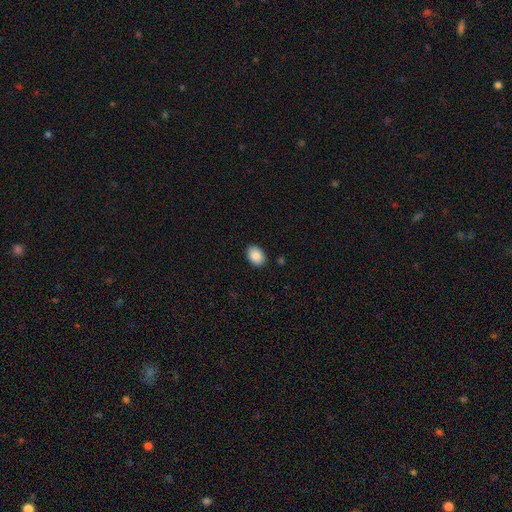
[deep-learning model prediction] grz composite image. It shows a smooth galaxy with no disk features (89%) that is in between round and cigar-shaped (79%). Merging: none (88%).